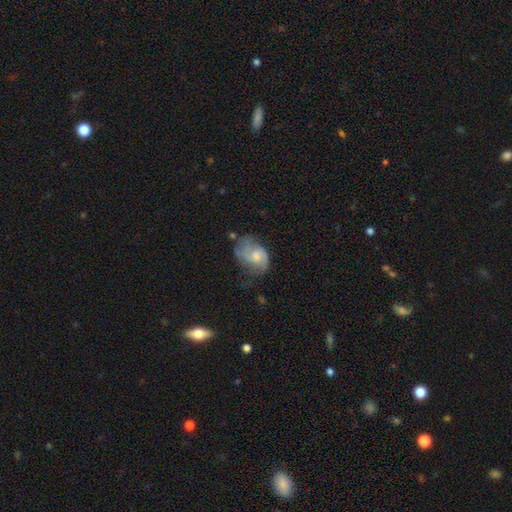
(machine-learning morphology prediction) featured or disk 51%, smooth 41%, star or artifact 8%. Down the decision tree: edge-on disk — no (97%); merging — none (38%).